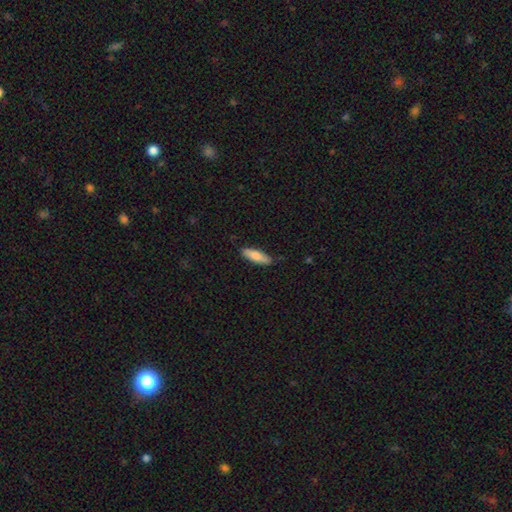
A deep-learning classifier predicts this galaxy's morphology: Smooth or featured? smooth (78%)
How rounded? cigar-shaped (55%)
Merging? none (84%)